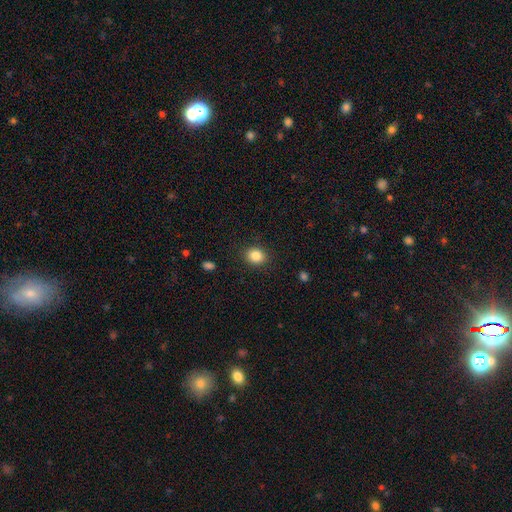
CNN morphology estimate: Smooth or featured?
  - smooth: 85% *
  - star or artifact: 10%
  - featured or disk: 6%
How rounded?
  - round: 60% *
  - in between: 40%
  - cigar-shaped: 1%
Merging?
  - none: 88% *
  - minor disturbance: 8%
  - major disturbance: 3%
  - merger: 1%